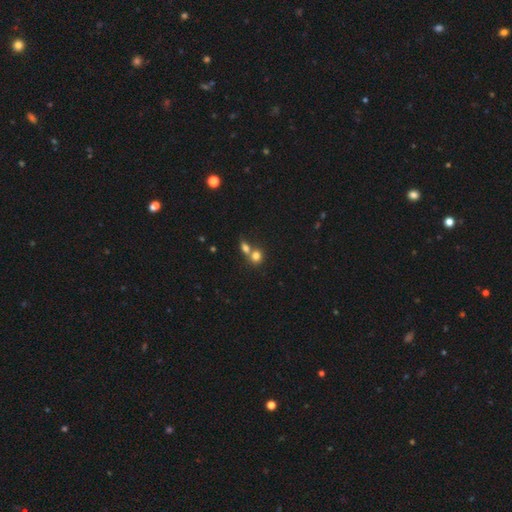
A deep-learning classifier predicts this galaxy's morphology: The model was most divided on "merging": merger: 53%, none: 37%, minor disturbance: 7%, major disturbance: 3%. More confident: smooth or featured — smooth (78%); how rounded — round (69%).